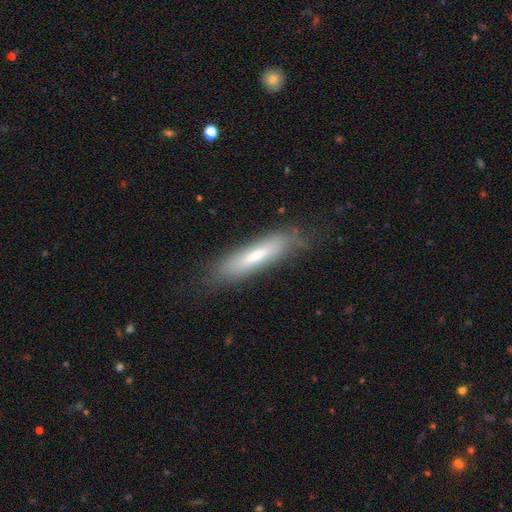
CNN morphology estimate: Smooth or featured?
  - smooth: 65% *
  - featured or disk: 28%
  - star or artifact: 7%
How rounded?
  - cigar-shaped: 76% *
  - in between: 22%
  - round: 1%
Merging?
  - none: 78% *
  - minor disturbance: 15%
  - major disturbance: 5%
  - merger: 1%